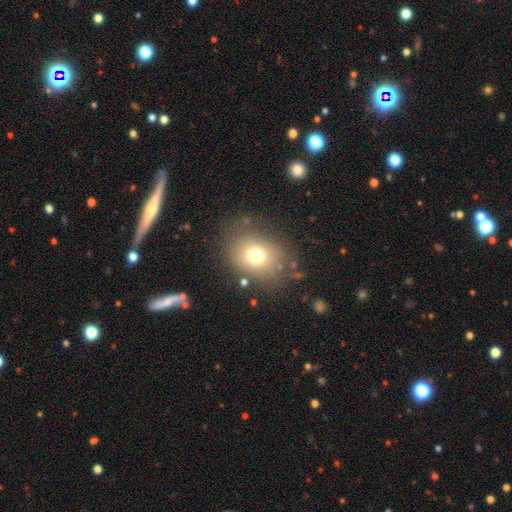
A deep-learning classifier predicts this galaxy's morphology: Smooth or featured?
  - smooth: 72% *
  - star or artifact: 15%
  - featured or disk: 14%
How rounded?
  - round: 56% *
  - in between: 43%
  - cigar-shaped: 1%
Merging?
  - none: 75% *
  - minor disturbance: 14%
  - major disturbance: 8%
  - merger: 3%